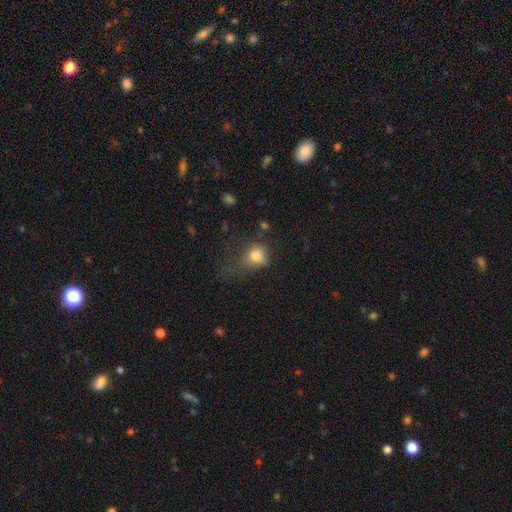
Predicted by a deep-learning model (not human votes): Smooth or featured: smooth — 78% (star or artifact — 12%)
How rounded: round — 64% (in between — 35%)
Merging: major disturbance — 37% (none — 33%)